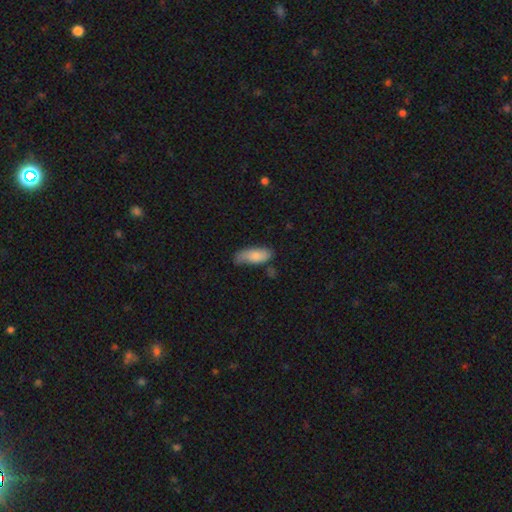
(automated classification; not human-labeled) Smooth or featured? smooth (82%)
How rounded? in between (78%)
Merging? none (53%)